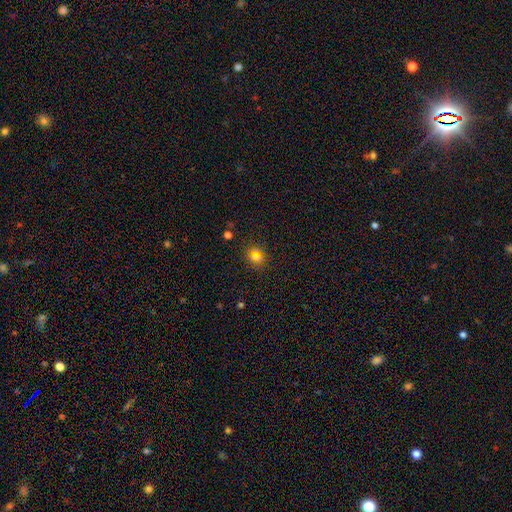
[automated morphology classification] Smooth or featured?
  - smooth: 64% *
  - star or artifact: 24%
  - featured or disk: 12%
How rounded?
  - round: 71% *
  - in between: 26%
  - cigar-shaped: 2%
Merging?
  - none: 83% *
  - minor disturbance: 9%
  - merger: 5%
  - major disturbance: 3%